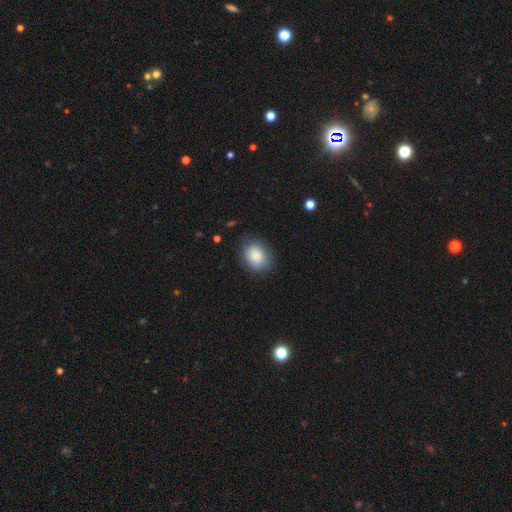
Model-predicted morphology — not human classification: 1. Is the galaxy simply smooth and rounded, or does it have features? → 85% smooth, 8% featured or disk, 7% star or artifact.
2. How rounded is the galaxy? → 50% in between, 49% round, 1% cigar-shaped.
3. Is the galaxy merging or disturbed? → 80% none, 15% minor disturbance, 4% major disturbance, 1% merger.